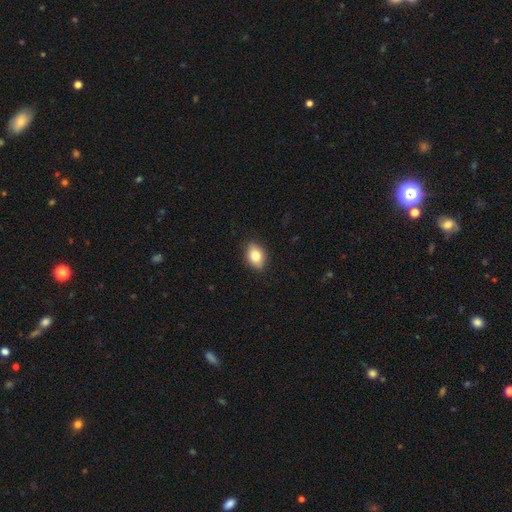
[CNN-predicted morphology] This appears to be a smooth galaxy with no disk features (78%) that is in between round and cigar-shaped (79%). Merging: none (87%).